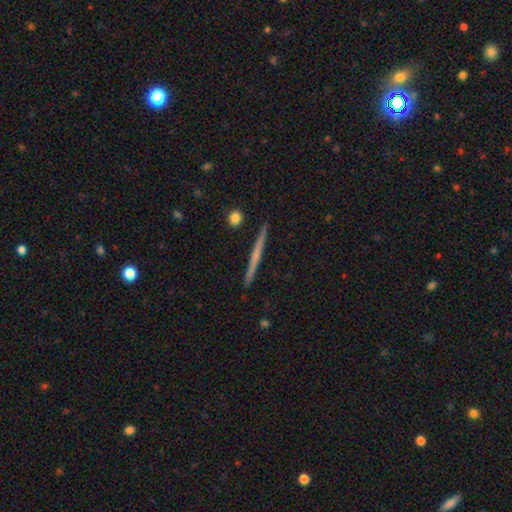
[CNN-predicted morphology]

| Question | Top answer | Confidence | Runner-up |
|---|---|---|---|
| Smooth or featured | featured or disk | 56% | smooth (38%) |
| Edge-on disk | yes | 98% | no (2%) |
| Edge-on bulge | none | 81% | rounded (15%) |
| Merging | none | 93% | minor disturbance (5%) |